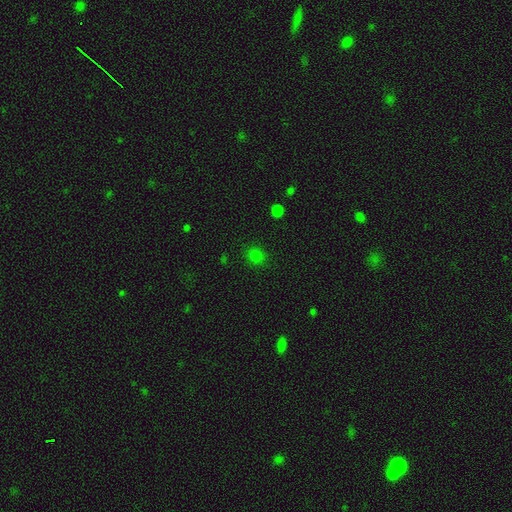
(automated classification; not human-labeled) Smooth or featured: smooth — 77% (star or artifact — 19%)
How rounded: round — 84% (in between — 15%)
Merging: none — 87% (minor disturbance — 8%)